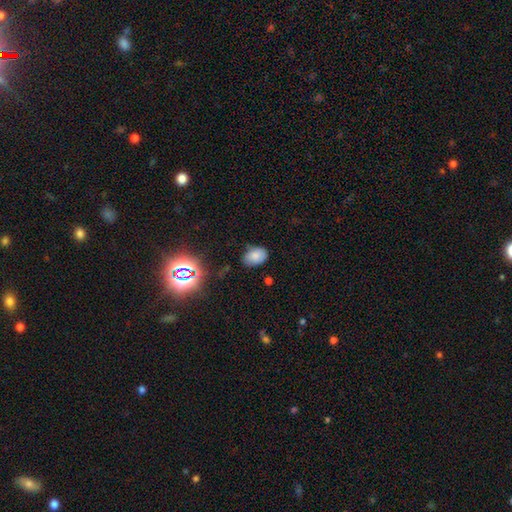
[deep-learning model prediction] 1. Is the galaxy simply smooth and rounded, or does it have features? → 77% smooth, 14% star or artifact, 9% featured or disk.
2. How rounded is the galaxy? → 81% in between, 18% round, 1% cigar-shaped.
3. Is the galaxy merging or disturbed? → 73% none, 21% minor disturbance, 4% major disturbance, 2% merger.